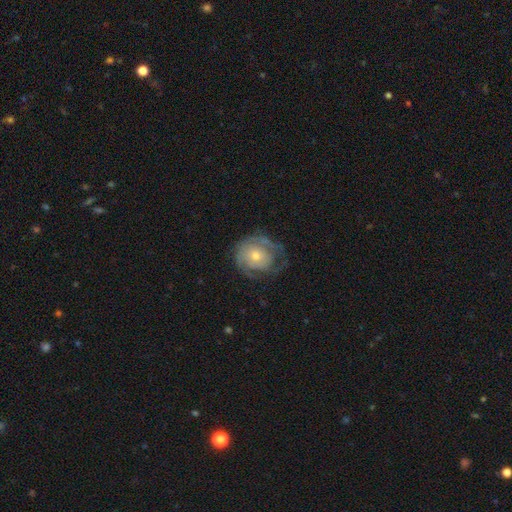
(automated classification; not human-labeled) Smooth or featured: featured or disk — 64% (smooth — 30%)
Edge-on disk: no — 97% (yes — 3%)
Bar: no — 84% (weak — 14%)
Spiral arms: yes — 69% (no — 31%)
Bulge size: small — 49% (moderate — 46%)
Merging: none — 53% (minor disturbance — 24%)